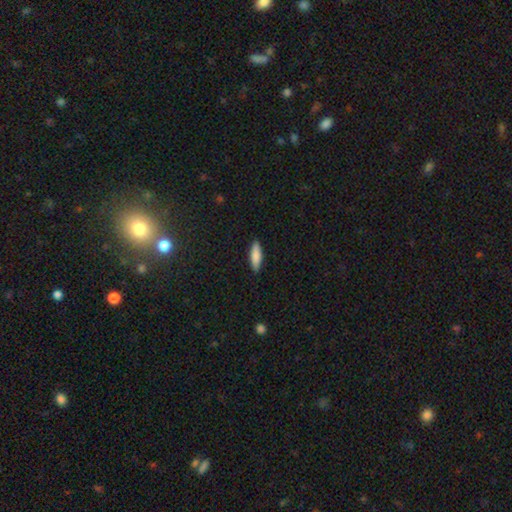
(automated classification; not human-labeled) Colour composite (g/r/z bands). It shows a smooth galaxy with no disk features (83%) that is cigar-shaped (59%). Merging: none (89%).